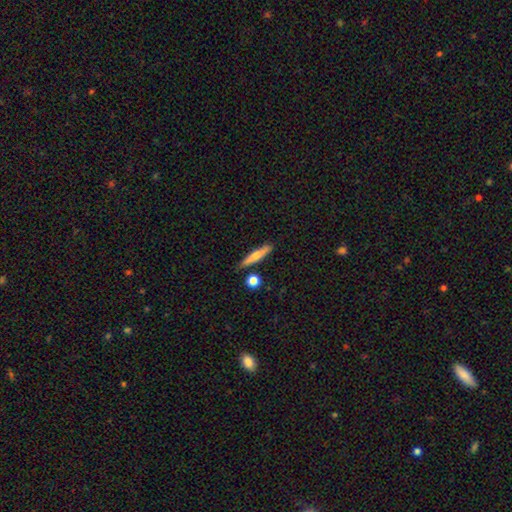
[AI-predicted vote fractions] smooth_or_featured: smooth (p=0.62) [alt: featured or disk p=0.31]
how_rounded: cigar-shaped (p=0.87) [alt: in between p=0.10]
merging: none (p=0.81) [alt: minor disturbance p=0.11]